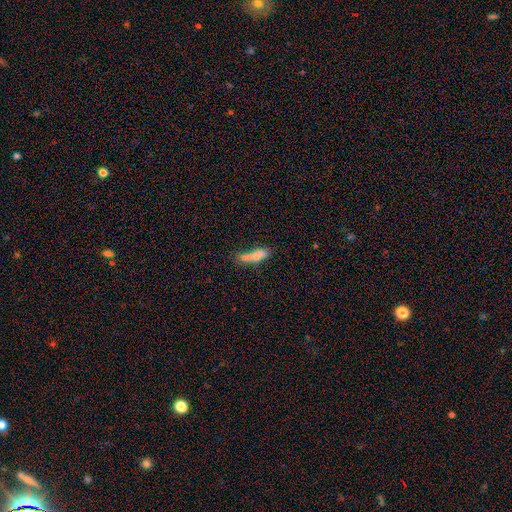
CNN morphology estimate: smooth_or_featured: smooth (p=0.69) [alt: featured or disk p=0.21]
how_rounded: cigar-shaped (p=0.51) [alt: in between p=0.45]
merging: none (p=0.36) [alt: merger p=0.32]